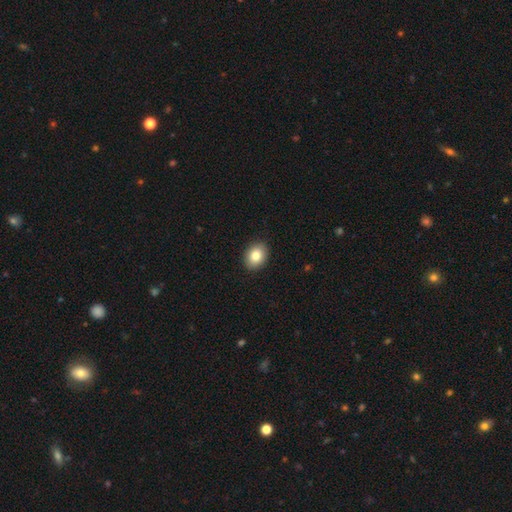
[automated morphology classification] Smooth or featured? Predicted: smooth (p=0.83). How rounded? Predicted: in between (p=0.61). Merging? Predicted: none (p=0.91).